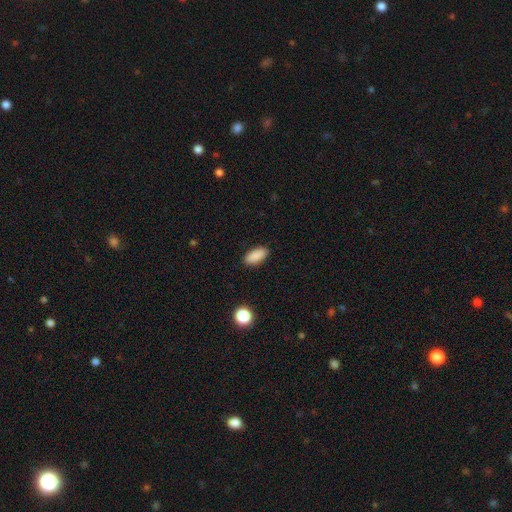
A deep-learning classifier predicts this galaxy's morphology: Smooth or featured? Predicted: smooth (p=0.89). How rounded? Predicted: in between (p=0.89). Merging? Predicted: none (p=0.89).